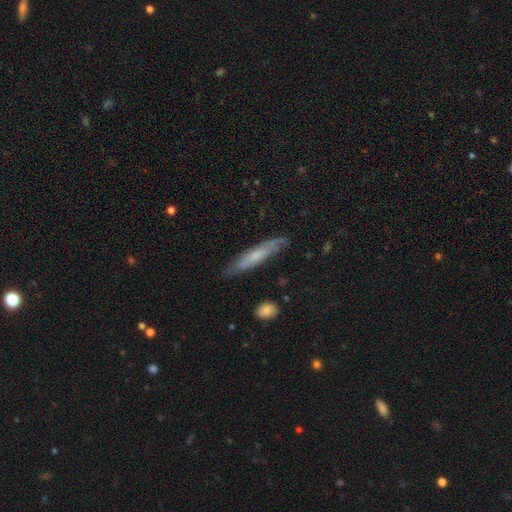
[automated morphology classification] smooth-or-featured: smooth: 53% | featured or disk: 41% | star or artifact: 6%
  how-rounded: cigar-shaped: 90% | in between: 9% | round: 2%
  merging: none: 81% | minor disturbance: 15% | major disturbance: 3% | merger: 2%